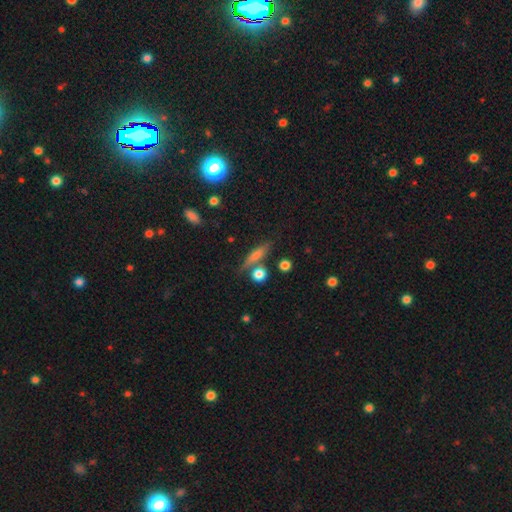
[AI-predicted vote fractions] A smooth galaxy with no disk features (55%) that is cigar-shaped (69%).

Vote fractions:
- Smooth or featured? smooth: 55% / featured or disk: 34% / star or artifact: 11%
- How rounded? cigar-shaped: 69% / in between: 21% / round: 10%
- Merging? none: 73% / minor disturbance: 12% / merger: 12% / major disturbance: 4%